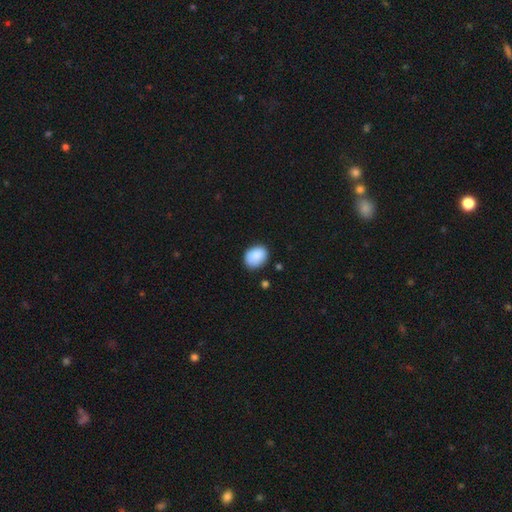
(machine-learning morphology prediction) Smooth or featured? Predicted: smooth (p=0.88). How rounded? Predicted: in between (p=0.57). Merging? Predicted: none (p=0.79).